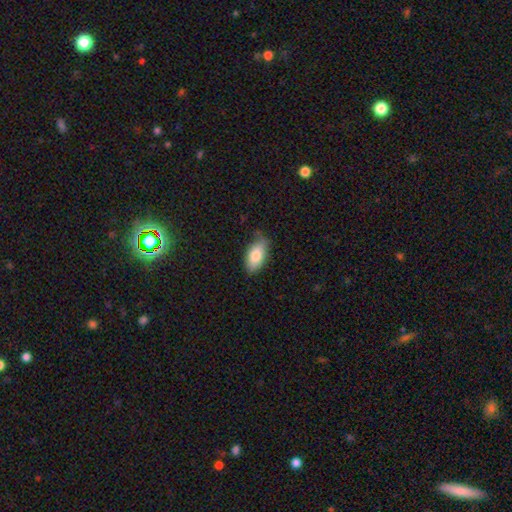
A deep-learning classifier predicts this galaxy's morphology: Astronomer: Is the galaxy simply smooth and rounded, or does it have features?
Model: smooth — 80%.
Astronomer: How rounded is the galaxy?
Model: in between — 92%.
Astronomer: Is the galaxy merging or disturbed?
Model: none — 70%.